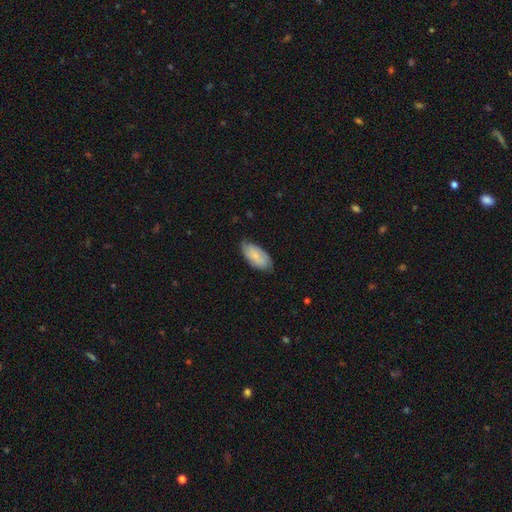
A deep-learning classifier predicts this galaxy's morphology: smooth_or_featured: smooth (p=0.69) [alt: featured or disk p=0.25]
how_rounded: in between (p=0.92) [alt: cigar-shaped p=0.05]
merging: none (p=0.68) [alt: minor disturbance p=0.27]